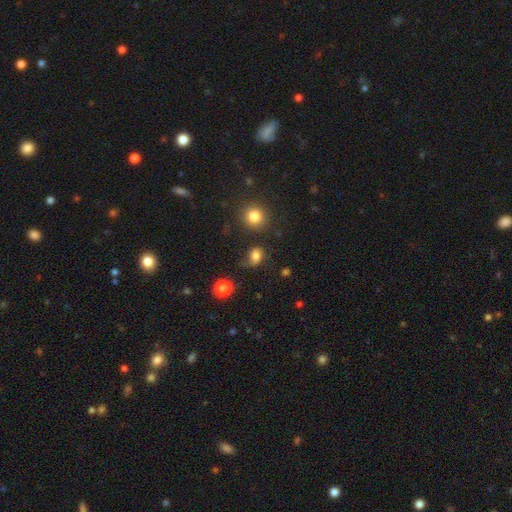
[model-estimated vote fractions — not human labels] Overall: smooth (77%). How rounded: in between (61%; round 37%). Merging: none (53%; minor disturbance 26%).